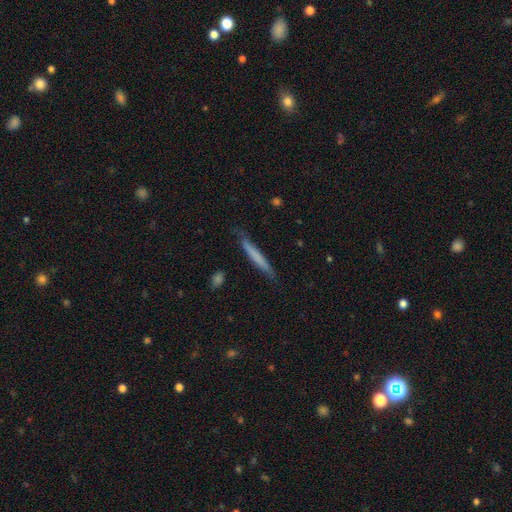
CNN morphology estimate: Smooth or featured: smooth — 63% (featured or disk — 31%)
How rounded: cigar-shaped — 96% (in between — 3%)
Merging: none — 82% (minor disturbance — 14%)